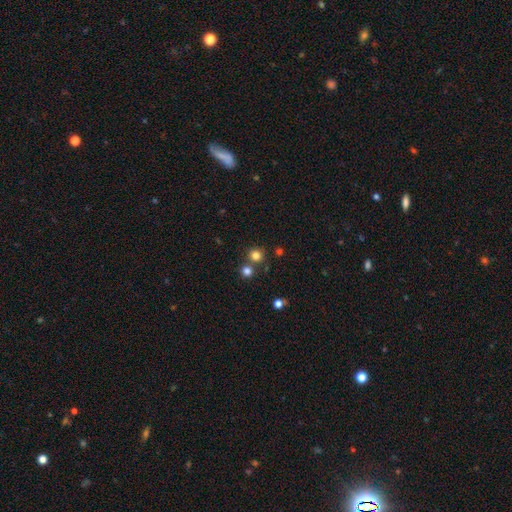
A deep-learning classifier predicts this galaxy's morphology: Smooth or featured? Predicted: smooth (p=0.79). How rounded? Predicted: round (p=0.92). Merging? Predicted: none (p=0.75).